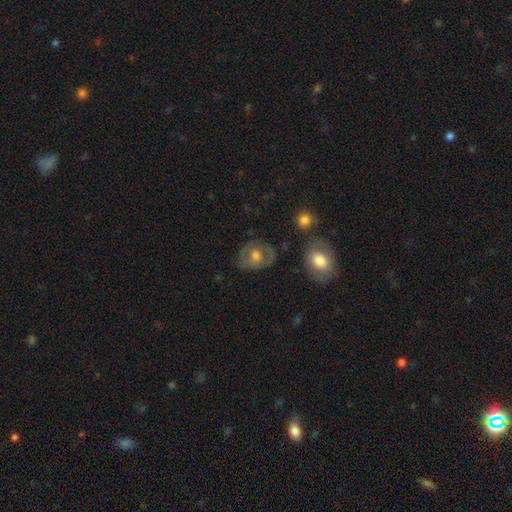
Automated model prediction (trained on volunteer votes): Smooth or featured?
  - featured or disk: 47% *
  - smooth: 45%
  - star or artifact: 8%
Merging?
  - none: 74% *
  - minor disturbance: 16%
  - major disturbance: 7%
  - merger: 3%